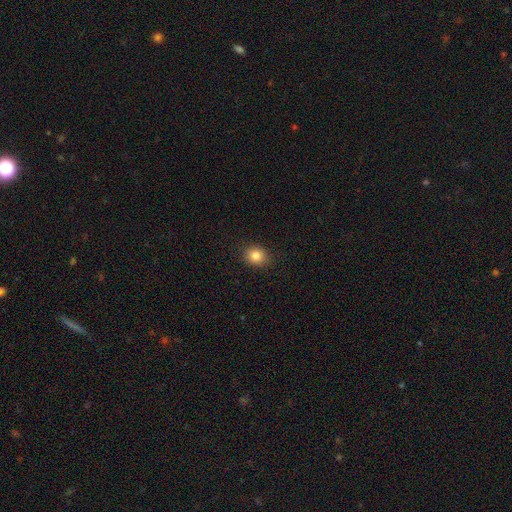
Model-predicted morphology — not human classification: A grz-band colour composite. It shows a smooth galaxy with no disk features (83%) that is round (66%). Merging: none (89%).